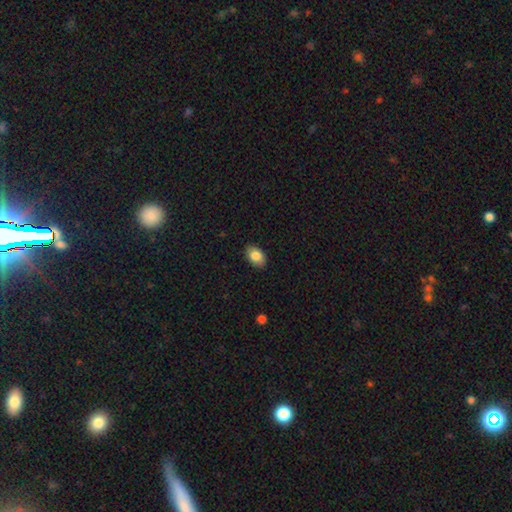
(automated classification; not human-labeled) smooth-or-featured: smooth: 83% | featured or disk: 9% | star or artifact: 7%
  how-rounded: in between: 86% | round: 13% | cigar-shaped: 1%
  merging: none: 87% | minor disturbance: 10% | major disturbance: 2% | merger: 1%